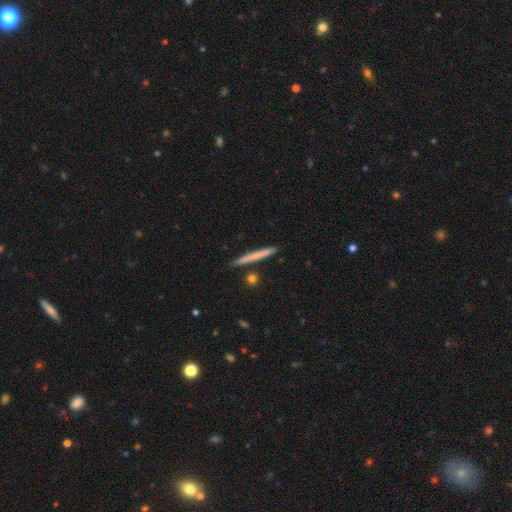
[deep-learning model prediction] Smooth or featured: smooth — 64% (featured or disk — 30%)
How rounded: cigar-shaped — 96% (in between — 2%)
Merging: none — 88% (minor disturbance — 7%)